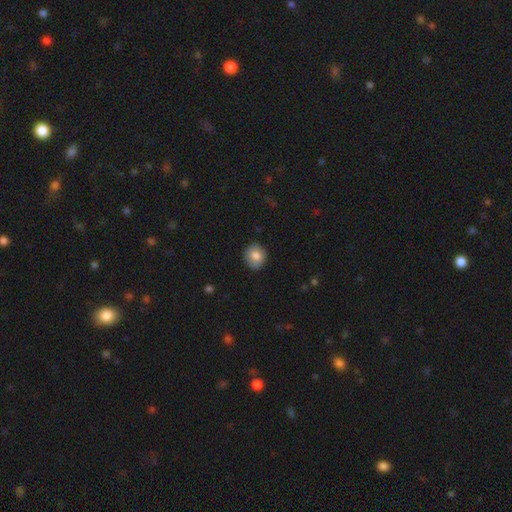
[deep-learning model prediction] Smooth or featured: smooth — 81% (featured or disk — 11%)
How rounded: round — 79% (in between — 20%)
Merging: none — 88% (minor disturbance — 9%)